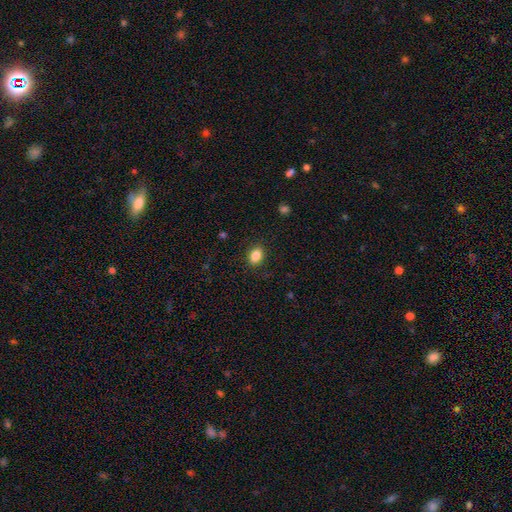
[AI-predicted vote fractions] Smooth or featured?
  - smooth: 86% *
  - star or artifact: 9%
  - featured or disk: 5%
How rounded?
  - in between: 77% *
  - round: 21%
  - cigar-shaped: 1%
Merging?
  - none: 87% *
  - minor disturbance: 9%
  - major disturbance: 3%
  - merger: 1%